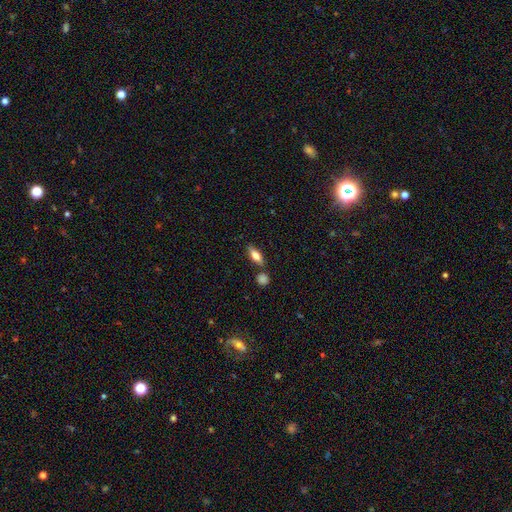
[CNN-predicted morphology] type=smooth (62%); roundness=in between (65%); merging=none (77%).